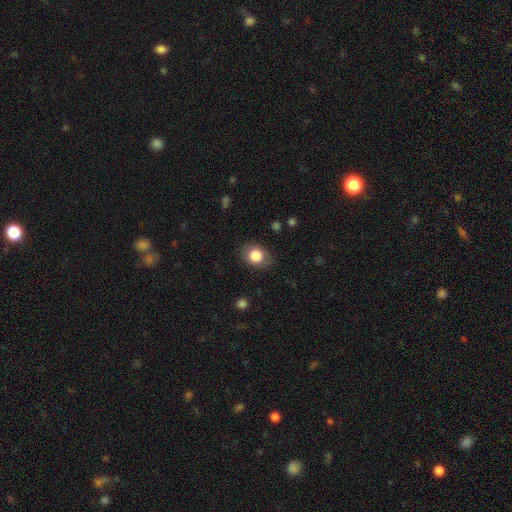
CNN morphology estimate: type=smooth (84%); roundness=round (53%); merging=none (83%).